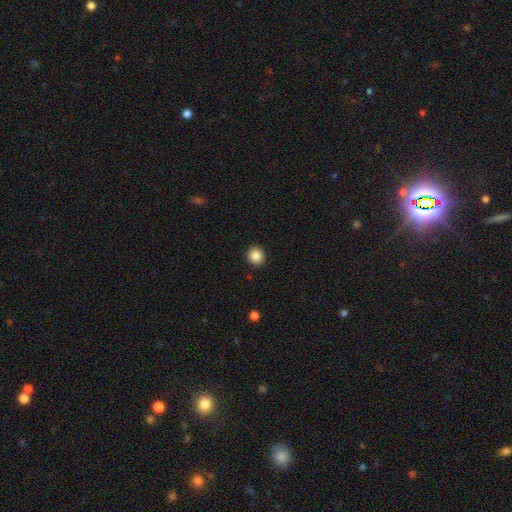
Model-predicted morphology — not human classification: Smooth or featured? Predicted: smooth (p=0.87). How rounded? Predicted: round (p=0.88). Merging? Predicted: none (p=0.92).